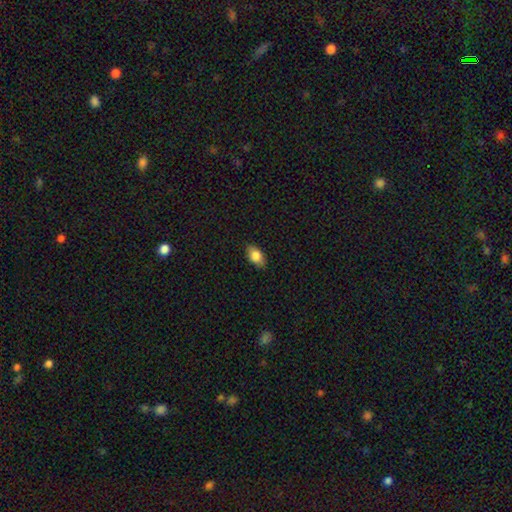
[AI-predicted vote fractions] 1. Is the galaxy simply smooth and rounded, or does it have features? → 82% smooth, 11% featured or disk, 7% star or artifact.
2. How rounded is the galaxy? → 90% in between, 6% round, 3% cigar-shaped.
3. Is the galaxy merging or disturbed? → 86% none, 11% minor disturbance, 2% major disturbance, 1% merger.